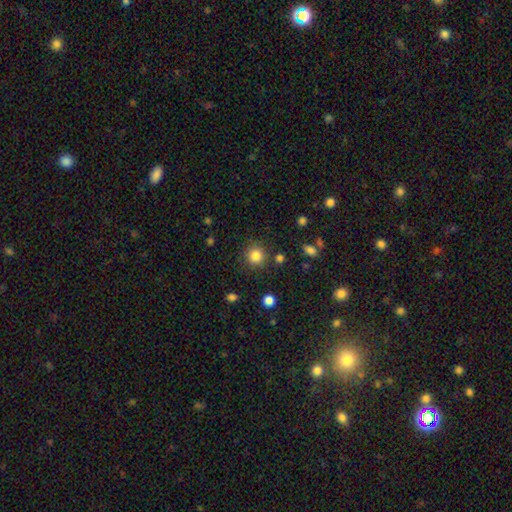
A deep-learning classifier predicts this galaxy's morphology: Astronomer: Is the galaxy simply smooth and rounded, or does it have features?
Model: smooth — 84%.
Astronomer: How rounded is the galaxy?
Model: round — 92%.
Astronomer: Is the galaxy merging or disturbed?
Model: none — 84%.